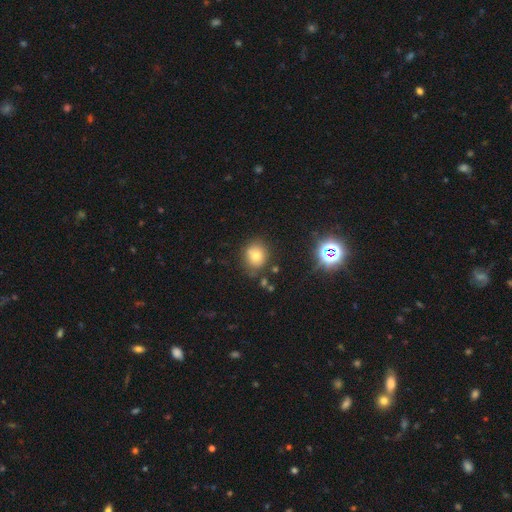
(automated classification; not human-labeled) smooth-or-featured: smooth: 72% | star or artifact: 15% | featured or disk: 13%
  how-rounded: round: 76% | in between: 23% | cigar-shaped: 1%
  merging: none: 74% | minor disturbance: 16% | merger: 6% | major disturbance: 4%